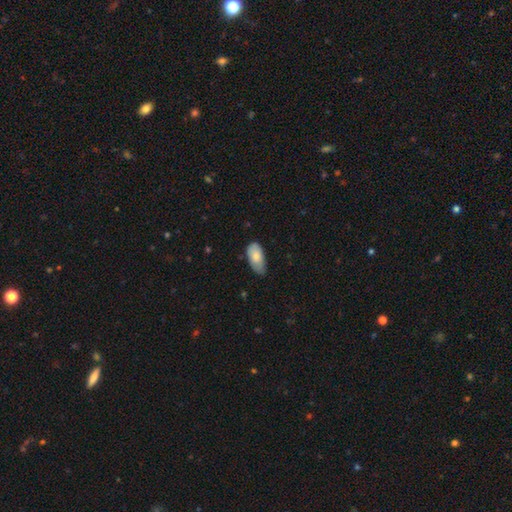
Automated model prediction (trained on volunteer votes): Q: Smooth or featured?
A: smooth (78%); runner-up: featured or disk (16%)
Q: How rounded?
A: in between (93%); runner-up: cigar-shaped (4%)
Q: Merging?
A: none (53%); runner-up: minor disturbance (39%)